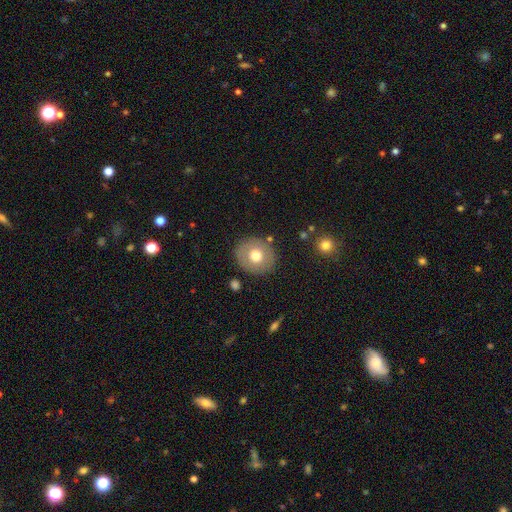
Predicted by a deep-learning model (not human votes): smooth-or-featured: smooth: 68% | featured or disk: 24% | star or artifact: 8%
  how-rounded: round: 80% | in between: 19% | cigar-shaped: 1%
  merging: none: 86% | minor disturbance: 9% | major disturbance: 3% | merger: 2%